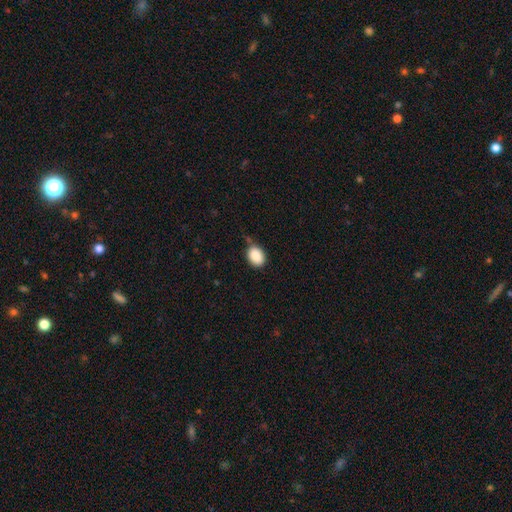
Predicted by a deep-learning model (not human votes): The model was most divided on "how rounded": in between: 72%, round: 26%, cigar-shaped: 1%. More confident: smooth or featured — smooth (88%); merging — none (69%).